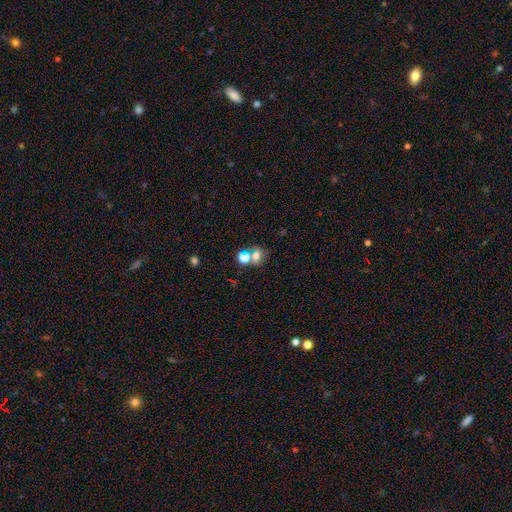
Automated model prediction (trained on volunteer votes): This appears to be a smooth galaxy with no disk features (60%) that is round (56%). Merging: merger (44%).